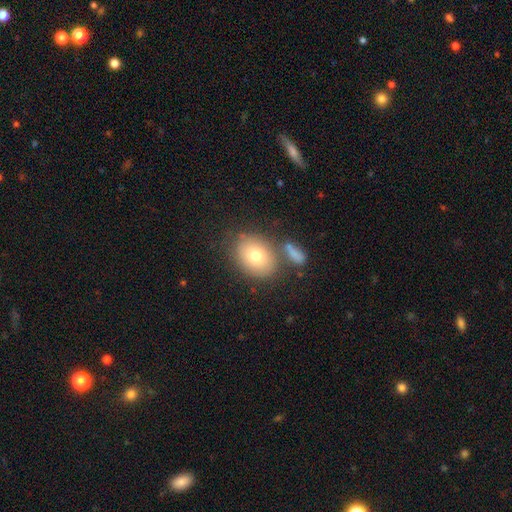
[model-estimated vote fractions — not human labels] A smooth galaxy with no disk features (74%) that is in between round and cigar-shaped (61%).

Vote fractions:
- Smooth or featured? smooth: 74% / featured or disk: 17% / star or artifact: 10%
- How rounded? in between: 61% / round: 38% / cigar-shaped: 1%
- Merging? none: 68% / merger: 14% / minor disturbance: 13% / major disturbance: 5%